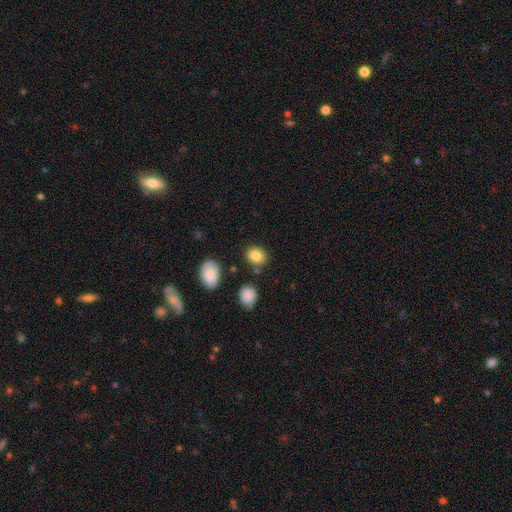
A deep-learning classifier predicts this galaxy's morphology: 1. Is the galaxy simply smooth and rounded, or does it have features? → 84% smooth, 10% star or artifact, 6% featured or disk.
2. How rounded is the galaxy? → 51% in between, 48% round, 1% cigar-shaped.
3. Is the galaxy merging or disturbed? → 80% none, 11% minor disturbance, 6% merger, 3% major disturbance.